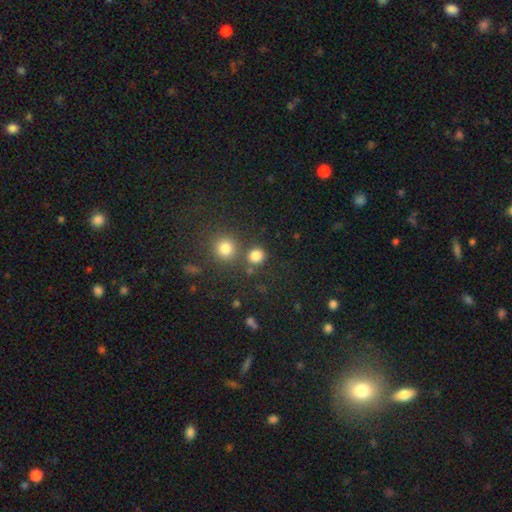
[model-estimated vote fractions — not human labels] Morphology: type=smooth (81%); roundness=round (84%); merging=none (73%).